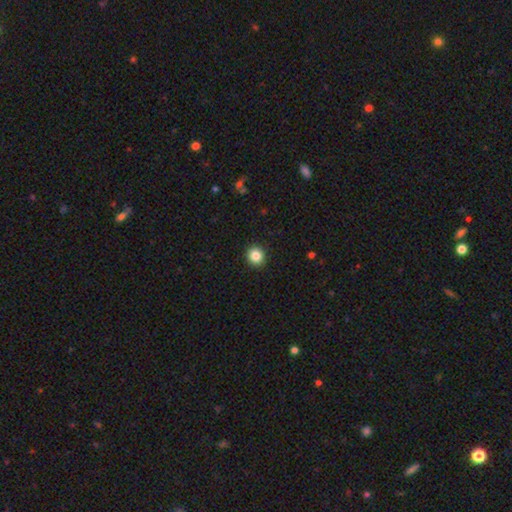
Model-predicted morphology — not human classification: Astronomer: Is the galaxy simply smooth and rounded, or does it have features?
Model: smooth — 84%.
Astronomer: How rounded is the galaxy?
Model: round — 89%.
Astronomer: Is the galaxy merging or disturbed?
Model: none — 92%.